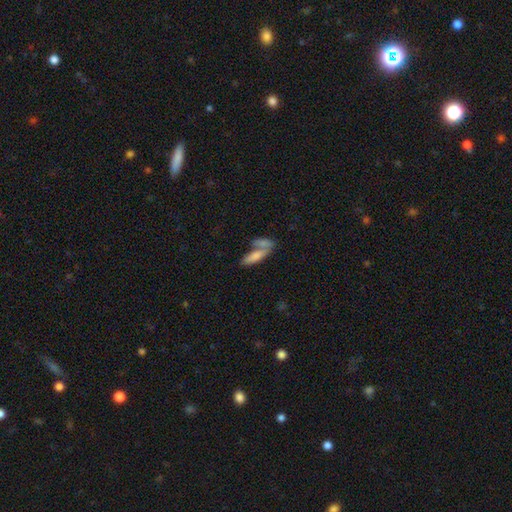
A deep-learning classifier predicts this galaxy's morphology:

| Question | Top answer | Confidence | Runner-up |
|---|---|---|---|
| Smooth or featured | smooth | 74% | featured or disk (18%) |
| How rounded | in between | 54% | cigar-shaped (43%) |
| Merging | merger | 54% | none (32%) |